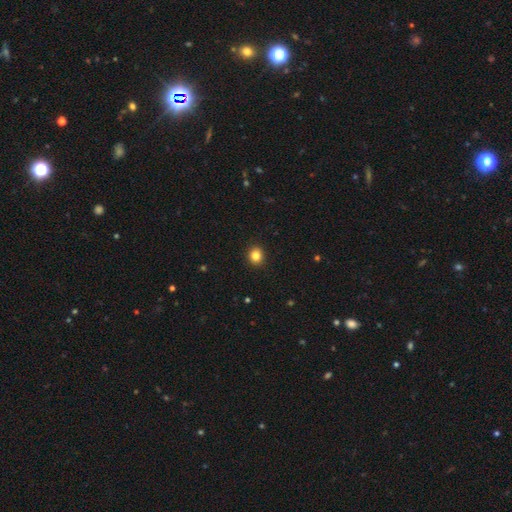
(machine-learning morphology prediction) The model was most divided on "how rounded": round: 81%, in between: 18%, cigar-shaped: 1%. More confident: merging — none (92%); smooth or featured — smooth (84%).